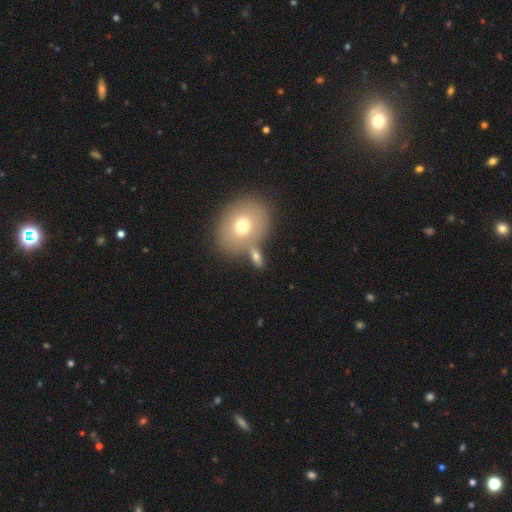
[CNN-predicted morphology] smooth 67%, featured or disk 23%, star or artifact 10%. Down the decision tree: how rounded — in between (64%); merging — none (54%).